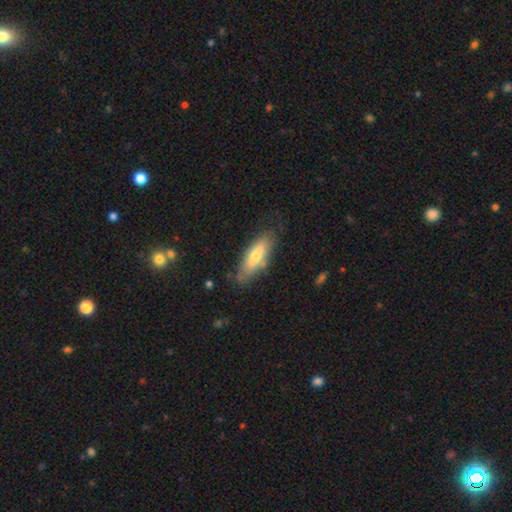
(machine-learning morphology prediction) type=smooth (62%); roundness=in between (55%); merging=none (73%).